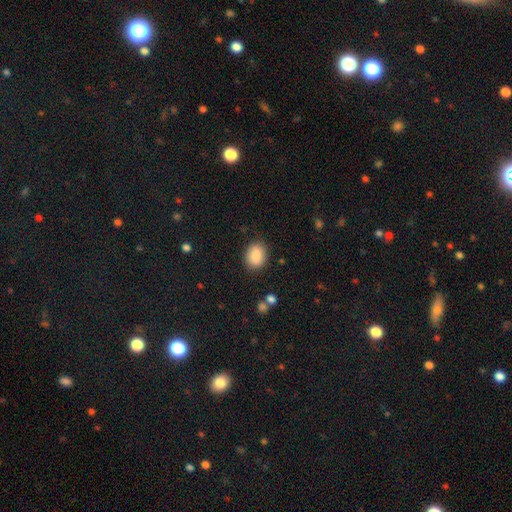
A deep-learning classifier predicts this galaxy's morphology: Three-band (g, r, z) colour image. It shows a smooth galaxy with no disk features (88%) that is in between round and cigar-shaped (66%). Merging: none (85%).